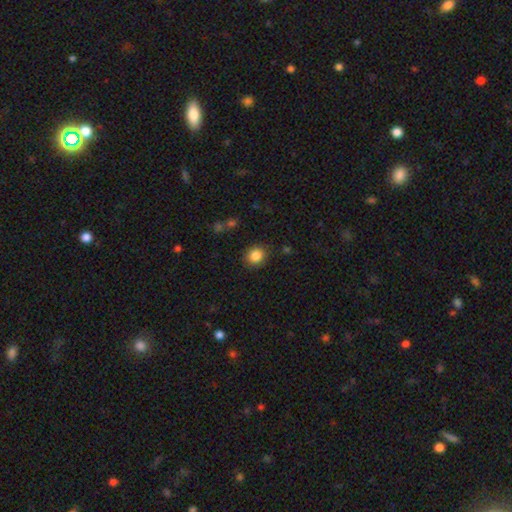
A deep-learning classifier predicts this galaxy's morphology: This is clearly a smooth galaxy (86%). How rounded: clearly round (80%). Merging: clearly none (86%).